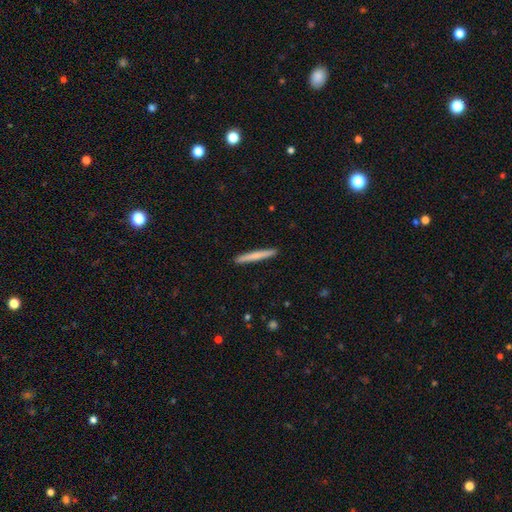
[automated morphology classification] Smooth or featured?
  - smooth: 66% *
  - featured or disk: 29%
  - star or artifact: 5%
How rounded?
  - cigar-shaped: 97% *
  - in between: 2%
  - round: 1%
Merging?
  - none: 92% *
  - minor disturbance: 6%
  - major disturbance: 1%
  - merger: 1%